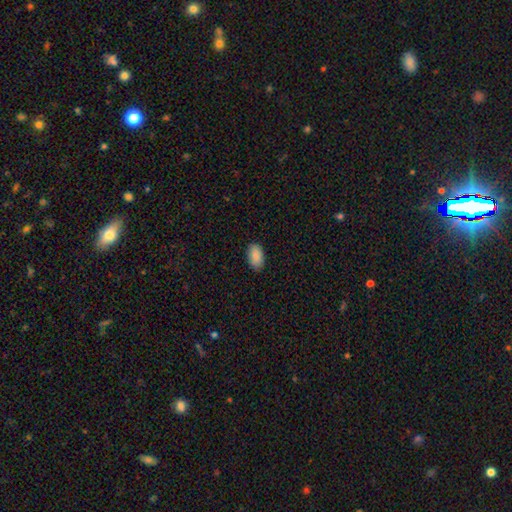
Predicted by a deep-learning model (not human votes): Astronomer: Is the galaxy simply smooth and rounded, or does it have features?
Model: smooth — 89%.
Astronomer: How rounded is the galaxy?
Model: in between — 94%.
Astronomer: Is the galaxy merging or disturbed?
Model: none — 87%.